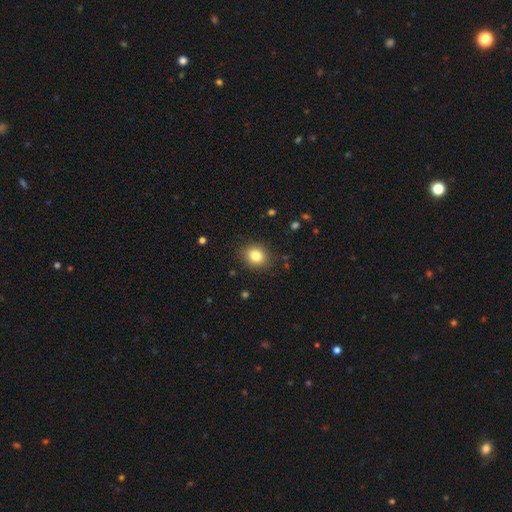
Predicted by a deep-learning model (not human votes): Smooth or featured: smooth — 81% (star or artifact — 11%)
How rounded: round — 69% (in between — 30%)
Merging: none — 88% (minor disturbance — 8%)